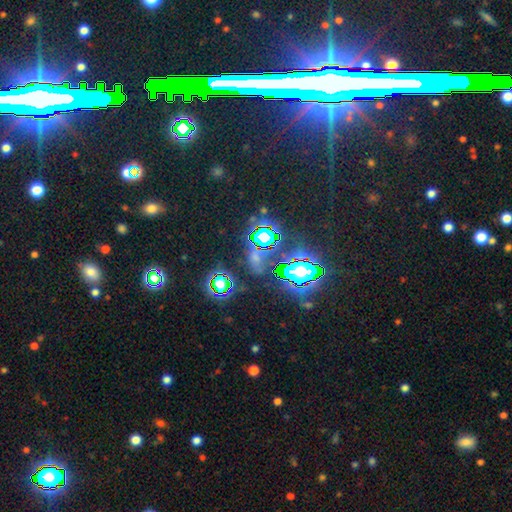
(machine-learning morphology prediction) Smooth or featured?
  - star or artifact: 76% *
  - smooth: 15%
  - featured or disk: 10%